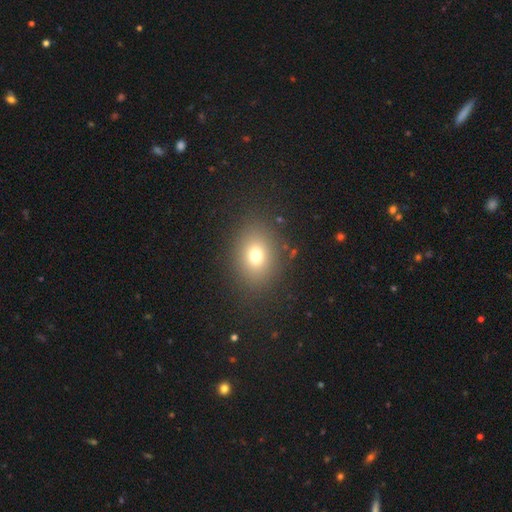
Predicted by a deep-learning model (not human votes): Q: Smooth or featured?
A: smooth (73%); runner-up: star or artifact (16%)
Q: How rounded?
A: in between (52%); runner-up: round (47%)
Q: Merging?
A: none (85%); runner-up: minor disturbance (9%)